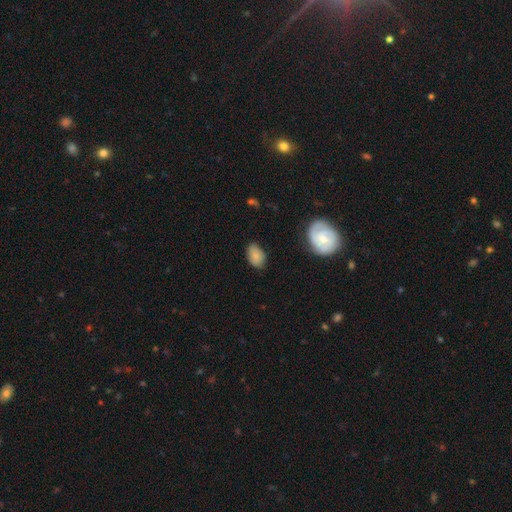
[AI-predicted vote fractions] Overall: smooth (79%). How rounded: in between (85%). Merging: none (73%).